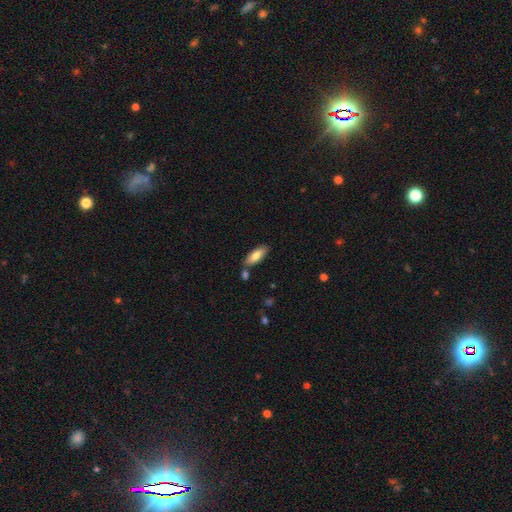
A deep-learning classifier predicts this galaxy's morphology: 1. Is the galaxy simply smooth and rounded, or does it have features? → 78% smooth, 16% featured or disk, 6% star or artifact.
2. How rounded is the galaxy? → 71% in between, 27% cigar-shaped, 2% round.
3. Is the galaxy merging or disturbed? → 77% none, 13% minor disturbance, 8% merger, 2% major disturbance.